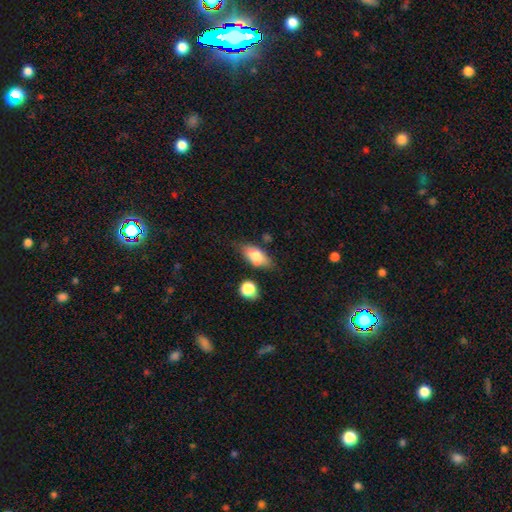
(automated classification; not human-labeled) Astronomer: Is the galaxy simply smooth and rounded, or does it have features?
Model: smooth — 75%.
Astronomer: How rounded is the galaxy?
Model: in between — 84%.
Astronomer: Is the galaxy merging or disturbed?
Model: none — 71%.